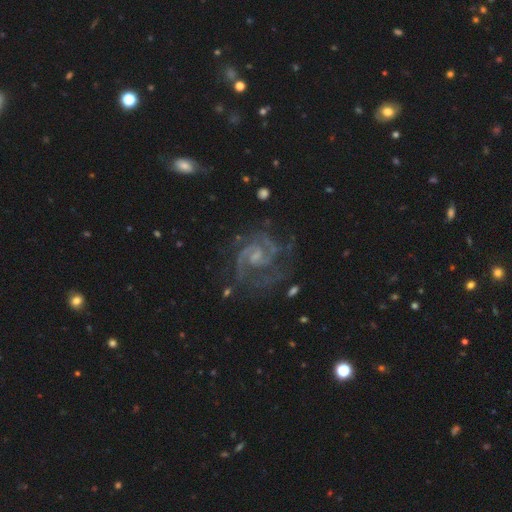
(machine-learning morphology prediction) type=featured or disk (90%); edge-on=no (98%); bar=weak (49%); spiral arms=yes (98%); winding=medium (51%); arm count=2 (69%); bulge=small (54%); merging=none (68%).